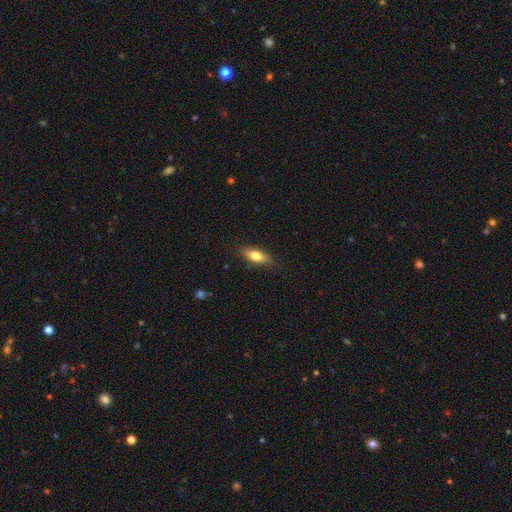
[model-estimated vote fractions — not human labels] The model was most divided on "how rounded": in between: 69%, cigar-shaped: 28%, round: 4%. More confident: merging — none (84%); smooth or featured — smooth (70%).